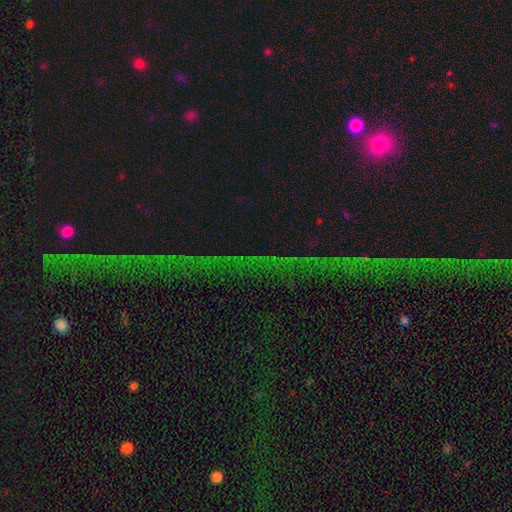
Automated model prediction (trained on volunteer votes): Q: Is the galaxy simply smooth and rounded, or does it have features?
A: star or artifact — 76%.